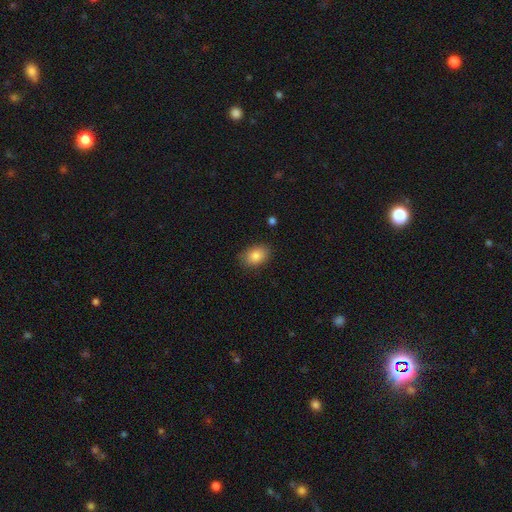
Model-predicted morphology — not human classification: smooth-or-featured: smooth: 85% | star or artifact: 8% | featured or disk: 7%
  how-rounded: in between: 79% | round: 19% | cigar-shaped: 1%
  merging: none: 85% | minor disturbance: 11% | major disturbance: 3% | merger: 1%